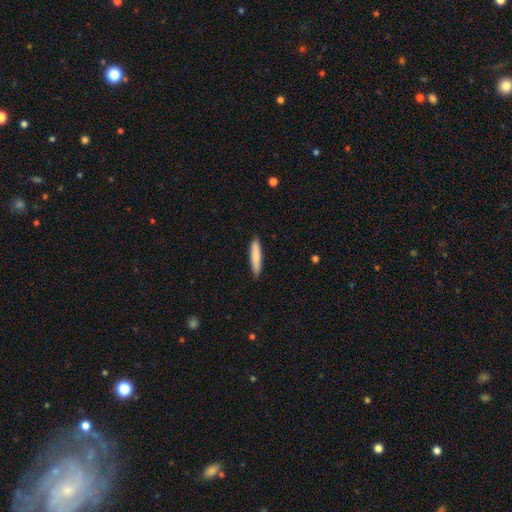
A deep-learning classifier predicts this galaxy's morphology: Smooth or featured?
  - smooth: 83% *
  - featured or disk: 12%
  - star or artifact: 5%
How rounded?
  - cigar-shaped: 85% *
  - in between: 13%
  - round: 1%
Merging?
  - none: 88% *
  - minor disturbance: 9%
  - major disturbance: 2%
  - merger: 1%